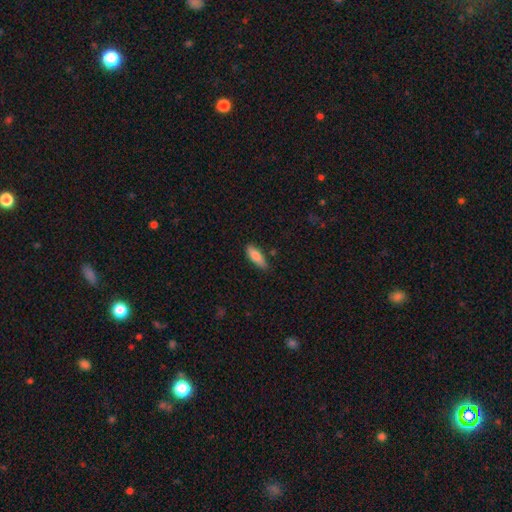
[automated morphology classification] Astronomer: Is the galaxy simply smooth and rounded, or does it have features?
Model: smooth — 80%.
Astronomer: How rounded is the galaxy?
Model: in between — 63%.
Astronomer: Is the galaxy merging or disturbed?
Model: none — 79%.